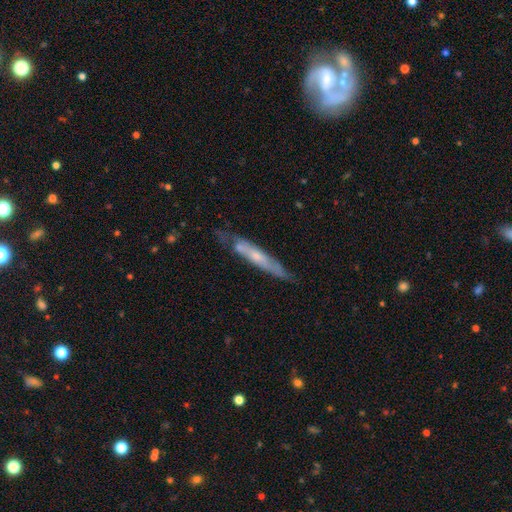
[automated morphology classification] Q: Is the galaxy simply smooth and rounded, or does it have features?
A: featured or disk — 57%.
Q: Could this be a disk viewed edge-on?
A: yes — 73%.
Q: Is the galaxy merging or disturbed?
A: none — 65%.